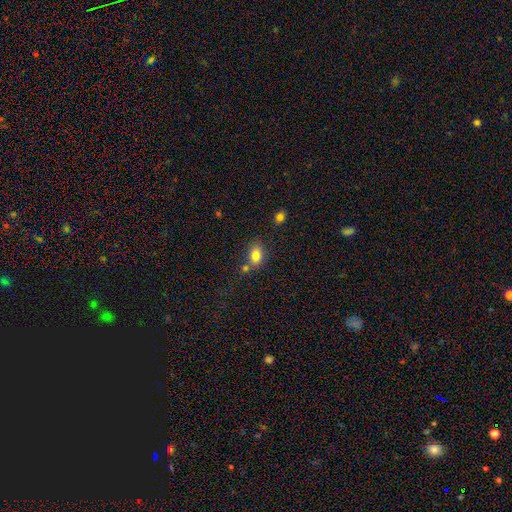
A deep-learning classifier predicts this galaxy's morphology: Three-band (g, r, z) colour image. It shows a smooth galaxy with no disk features (81%) that is in between round and cigar-shaped (75%). Merging: none (64%).